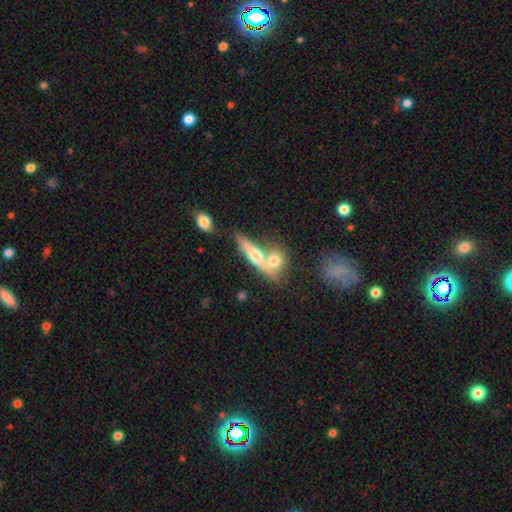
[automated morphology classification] Smooth or featured? Predicted: featured or disk (p=0.46, tied with smooth). Merging? Predicted: merger (p=0.51).